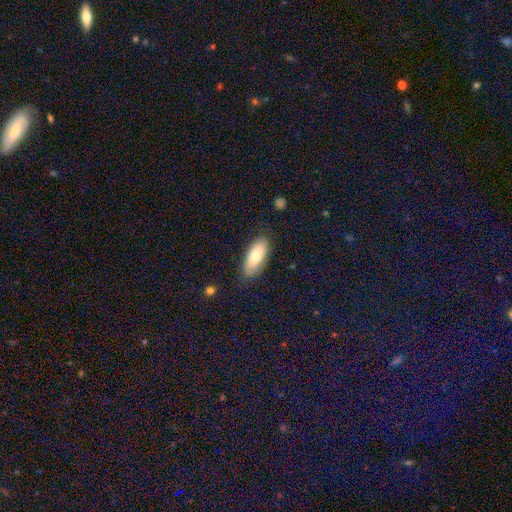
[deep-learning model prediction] Q: Smooth or featured?
A: smooth (78%); runner-up: featured or disk (16%)
Q: How rounded?
A: in between (81%); runner-up: cigar-shaped (17%)
Q: Merging?
A: none (82%); runner-up: minor disturbance (14%)